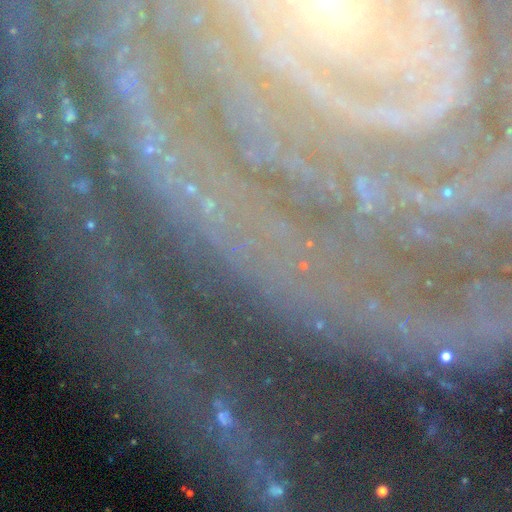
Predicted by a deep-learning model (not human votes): A featured or disk galaxy (54%).

Vote fractions:
- Smooth or featured? featured or disk: 54% / star or artifact: 34% / smooth: 12%
- Edge-on disk? no: 86% / yes: 14%
- Merging? none: 64% / minor disturbance: 16% / major disturbance: 13% / merger: 6%